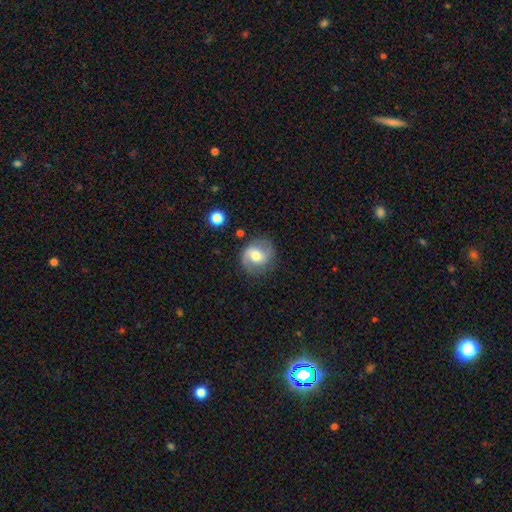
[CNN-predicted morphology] Smooth or featured: featured or disk — 60% (smooth — 33%)
Edge-on disk: no — 97% (yes — 3%)
Bar: weak — 46% (no — 37%)
Spiral arms: yes — 86% (no — 14%)
Spiral winding: medium — 47% (loose — 31%)
Spiral arm count: 2 — 86% (can't tell — 6%)
Bulge size: moderate — 70% (small — 17%)
Merging: none — 79% (minor disturbance — 14%)